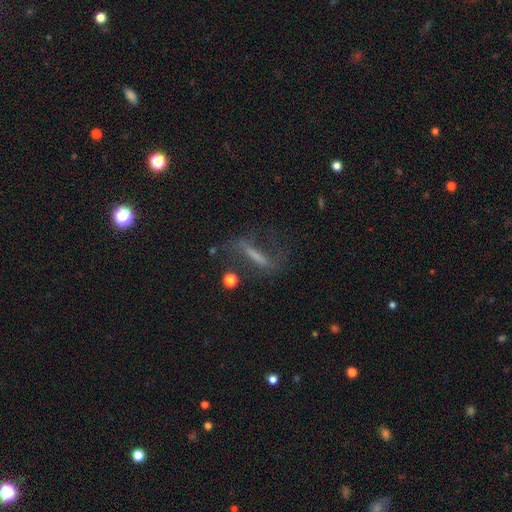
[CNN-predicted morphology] type=featured or disk (52%); edge-on=no (63%); merging=none (53%).